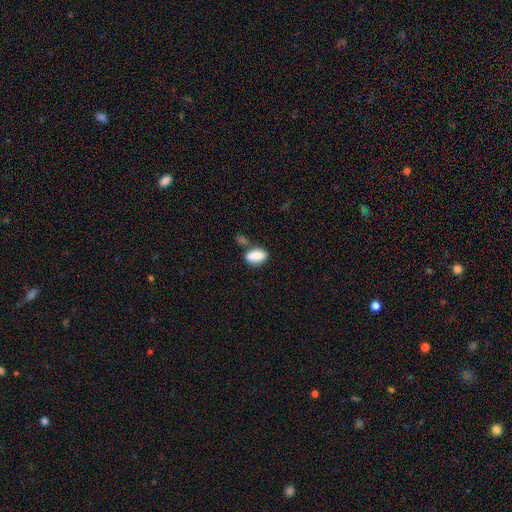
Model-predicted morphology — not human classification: smooth-or-featured: smooth: 83% | featured or disk: 9% | star or artifact: 8%
  how-rounded: in between: 87% | round: 9% | cigar-shaped: 4%
  merging: none: 52% | merger: 24% | minor disturbance: 18% | major disturbance: 6%